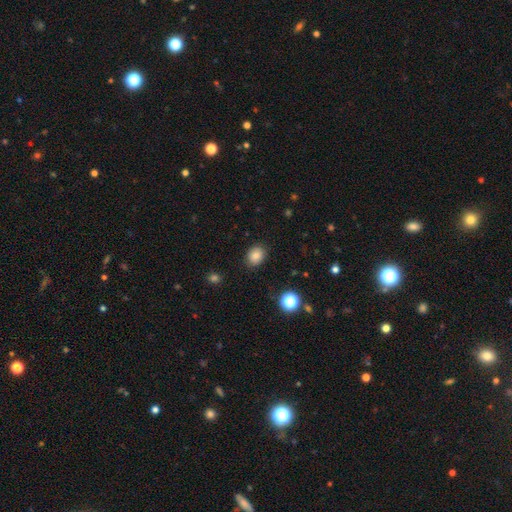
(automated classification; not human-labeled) Overall: smooth (82%). How rounded: round (53%; in between 47%). Merging: none (87%).